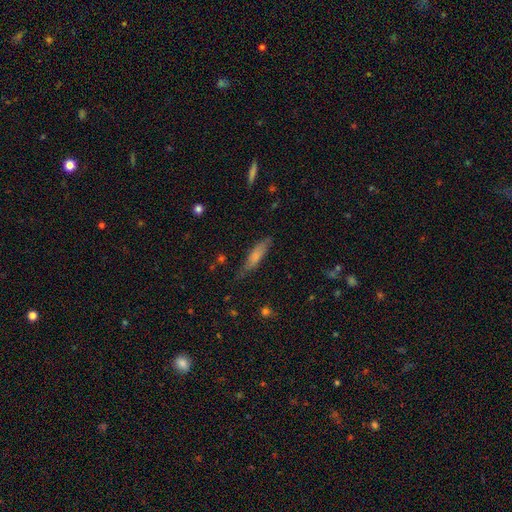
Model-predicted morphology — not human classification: smooth 70%, featured or disk 24%, star or artifact 7%. Down the decision tree: how rounded — cigar-shaped (75%); merging — none (68%).